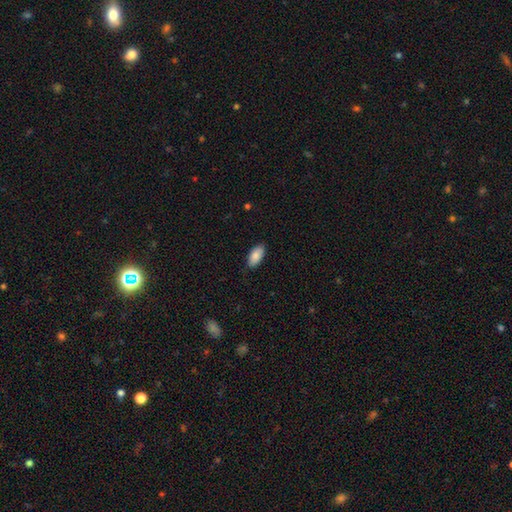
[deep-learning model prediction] smooth_or_featured: smooth (p=0.88) [alt: star or artifact p=0.06]
how_rounded: in between (p=0.93) [alt: cigar-shaped p=0.05]
merging: none (p=0.86) [alt: minor disturbance p=0.11]